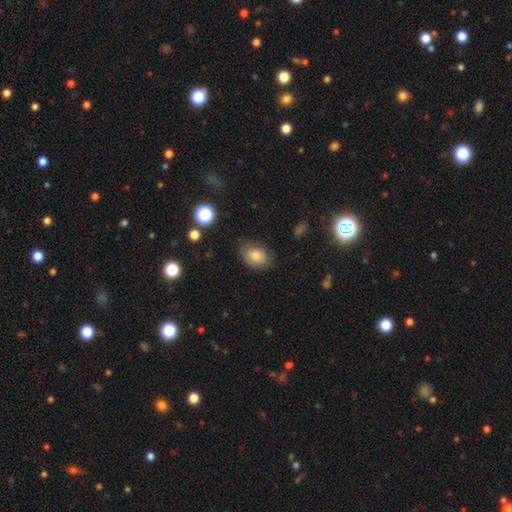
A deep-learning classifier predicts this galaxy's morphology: Overall: smooth (77%). How rounded: in between (75%). Merging: none (72%).